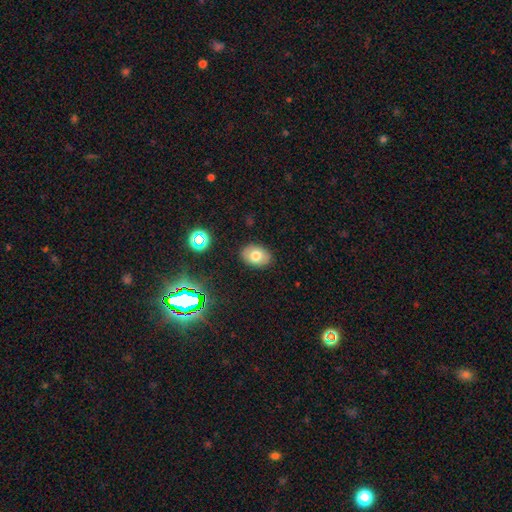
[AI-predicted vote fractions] smooth_or_featured: smooth (p=0.73) [alt: featured or disk p=0.15]
how_rounded: in between (p=0.78) [alt: round p=0.21]
merging: none (p=0.87) [alt: minor disturbance p=0.09]